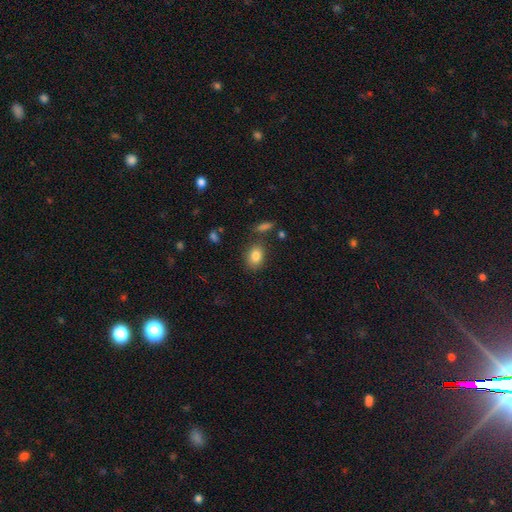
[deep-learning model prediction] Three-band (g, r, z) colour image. It shows a smooth galaxy with no disk features (83%) that is in between round and cigar-shaped (70%). Merging: none (78%).